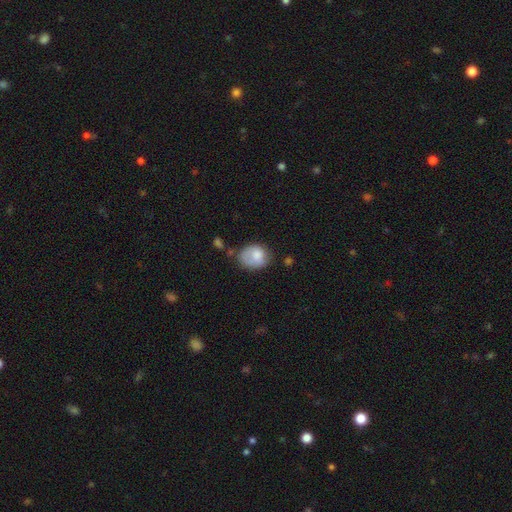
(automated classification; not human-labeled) Smooth or featured?
  - smooth: 76% *
  - featured or disk: 17%
  - star or artifact: 8%
How rounded?
  - in between: 55% *
  - round: 44%
  - cigar-shaped: 1%
Merging?
  - none: 42% *
  - minor disturbance: 33%
  - major disturbance: 18%
  - merger: 7%